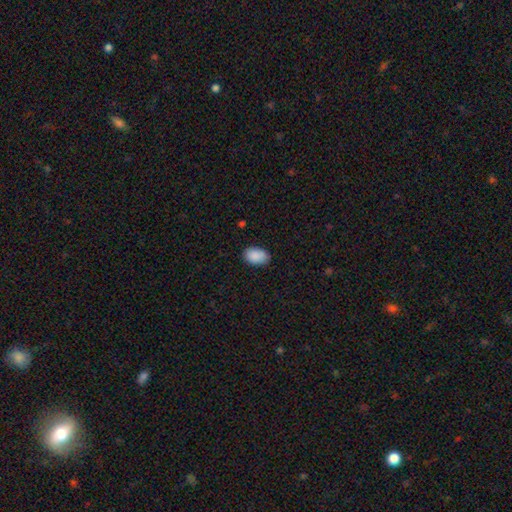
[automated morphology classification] smooth 90%, star or artifact 7%, featured or disk 3%. Down the decision tree: how rounded — in between (90%); merging — none (82%).